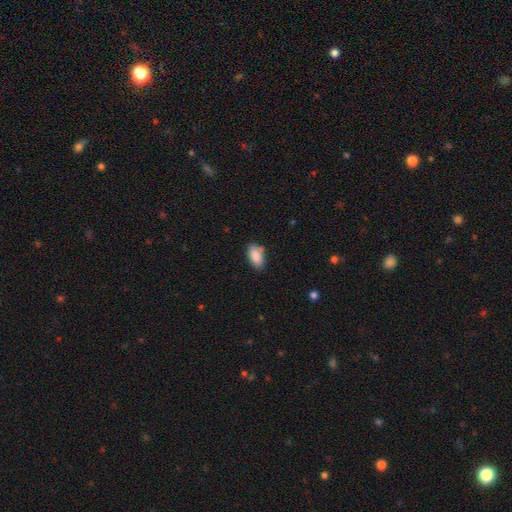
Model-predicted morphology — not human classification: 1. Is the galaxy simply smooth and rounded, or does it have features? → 86% smooth, 7% star or artifact, 7% featured or disk.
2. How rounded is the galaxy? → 93% in between, 4% cigar-shaped, 4% round.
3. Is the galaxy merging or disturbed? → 73% none, 18% minor disturbance, 5% merger, 3% major disturbance.